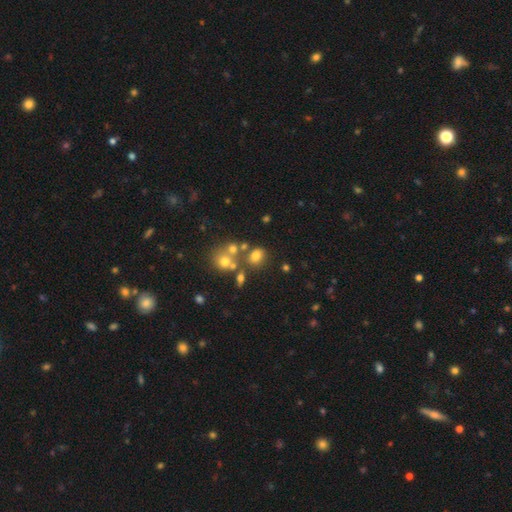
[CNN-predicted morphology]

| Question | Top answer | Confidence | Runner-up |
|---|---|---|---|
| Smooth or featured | smooth | 71% | star or artifact (17%) |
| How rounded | round | 51% | in between (48%) |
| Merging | none | 62% | merger (20%) |